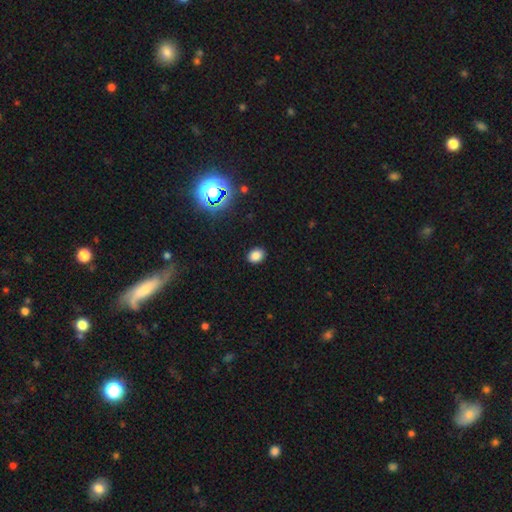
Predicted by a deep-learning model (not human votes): This appears to be a smooth galaxy with no disk features (82%) that is in between round and cigar-shaped (66%). Merging: none (90%).